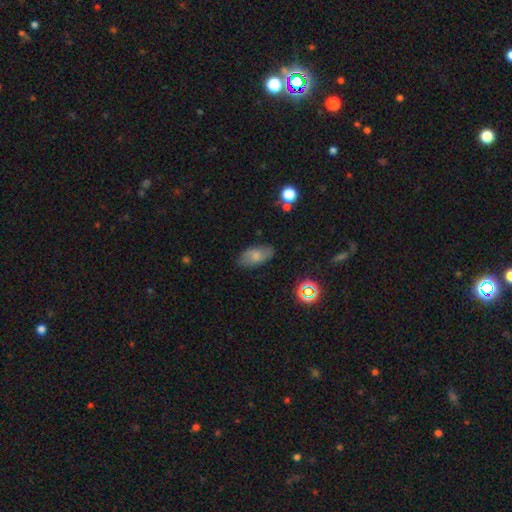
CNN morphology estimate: smooth 69%, featured or disk 22%, star or artifact 9%. Down the decision tree: how rounded — in between (92%); merging — none (79%).